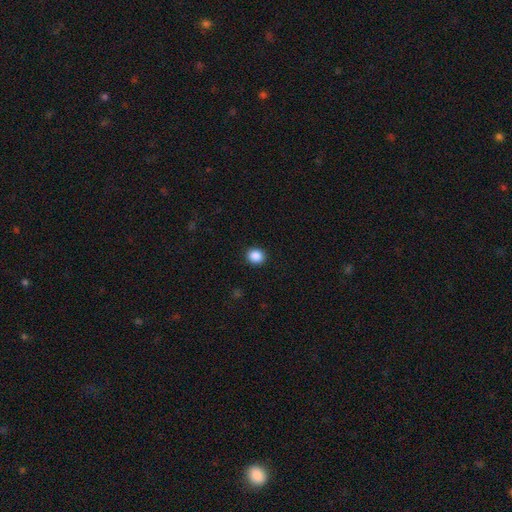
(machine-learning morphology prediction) Smooth or featured? smooth (88%)
How rounded? round (83%)
Merging? none (92%)